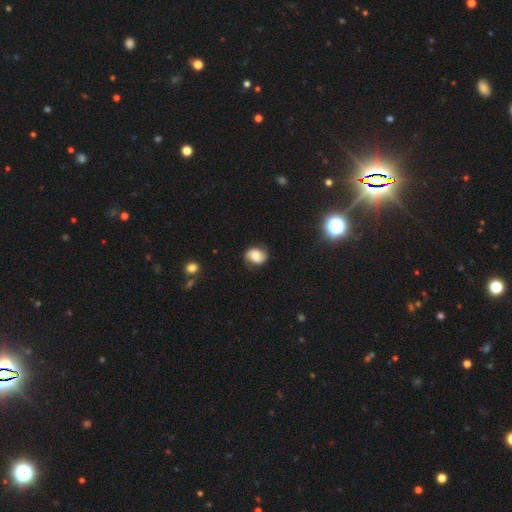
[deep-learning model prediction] Smooth or featured?
  - smooth: 47% *
  - featured or disk: 43%
  - star or artifact: 10%
Merging?
  - none: 79% *
  - minor disturbance: 15%
  - major disturbance: 4%
  - merger: 1%